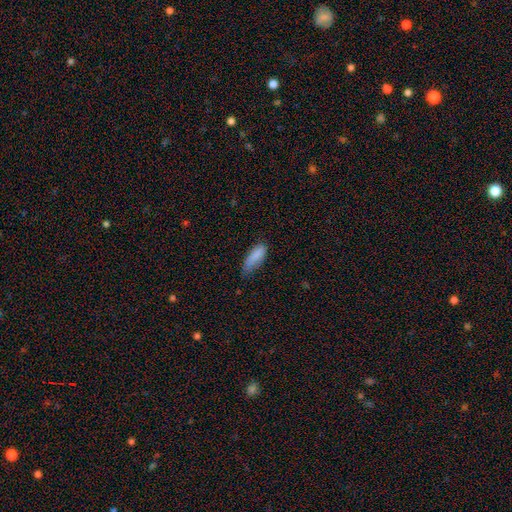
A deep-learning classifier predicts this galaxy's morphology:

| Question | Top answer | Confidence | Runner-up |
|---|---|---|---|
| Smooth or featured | smooth | 86% | featured or disk (8%) |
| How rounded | in between | 68% | cigar-shaped (30%) |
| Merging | none | 44% | minor disturbance (43%) |